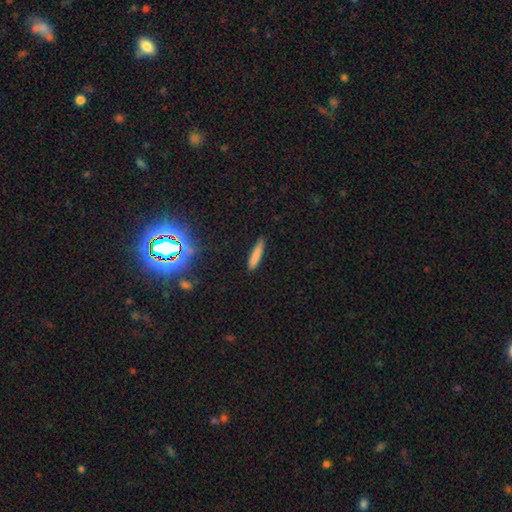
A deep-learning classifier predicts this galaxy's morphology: Smooth or featured?
  - smooth: 82% *
  - featured or disk: 10%
  - star or artifact: 9%
How rounded?
  - cigar-shaped: 87% *
  - in between: 12%
  - round: 1%
Merging?
  - none: 84% *
  - minor disturbance: 12%
  - major disturbance: 2%
  - merger: 1%